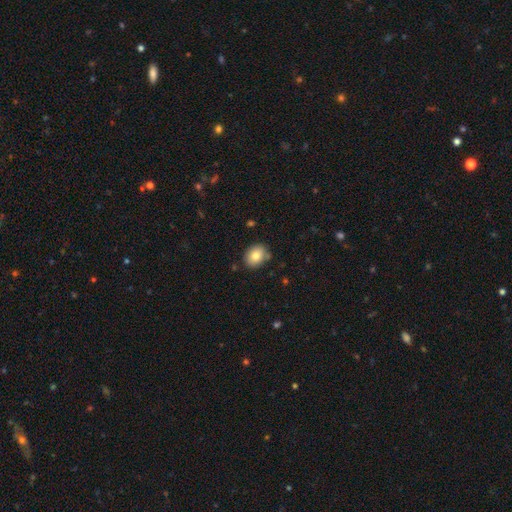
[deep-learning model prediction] Overall: smooth (82%). How rounded: in between (54%; round 45%). Merging: none (81%).